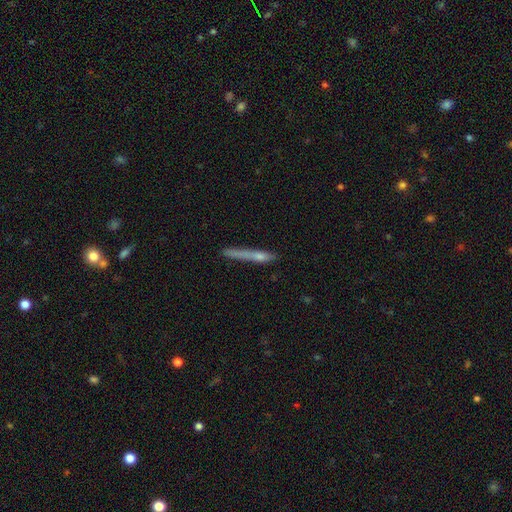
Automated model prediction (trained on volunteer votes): smooth-or-featured: smooth: 61% | featured or disk: 31% | star or artifact: 8%
  how-rounded: cigar-shaped: 94% | in between: 4% | round: 2%
  merging: none: 67% | minor disturbance: 21% | major disturbance: 7% | merger: 5%